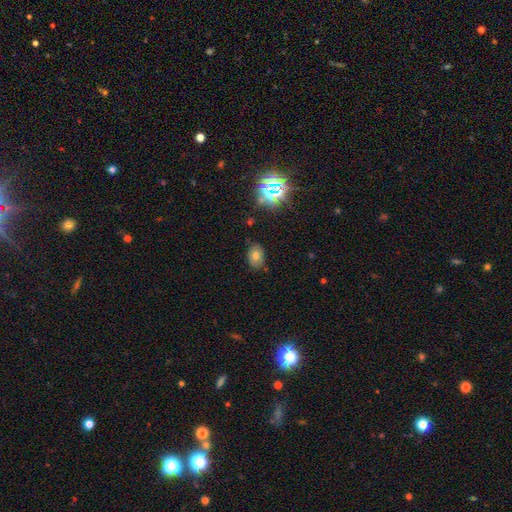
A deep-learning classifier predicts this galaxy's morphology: smooth-or-featured: smooth: 66% | star or artifact: 19% | featured or disk: 15%
  how-rounded: in between: 77% | round: 22% | cigar-shaped: 1%
  merging: none: 82% | minor disturbance: 13% | major disturbance: 3% | merger: 2%